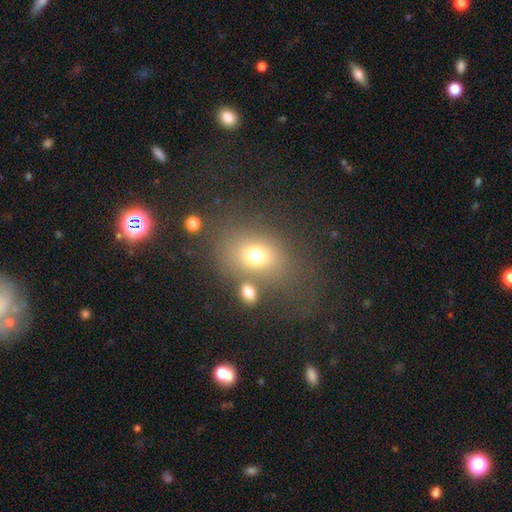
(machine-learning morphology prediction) A smooth galaxy with no disk features (70%) that is in between round and cigar-shaped (58%).

Vote fractions:
- Smooth or featured? smooth: 70% / star or artifact: 17% / featured or disk: 14%
- How rounded? in between: 58% / round: 41% / cigar-shaped: 2%
- Merging? none: 62% / merger: 15% / minor disturbance: 13% / major disturbance: 10%